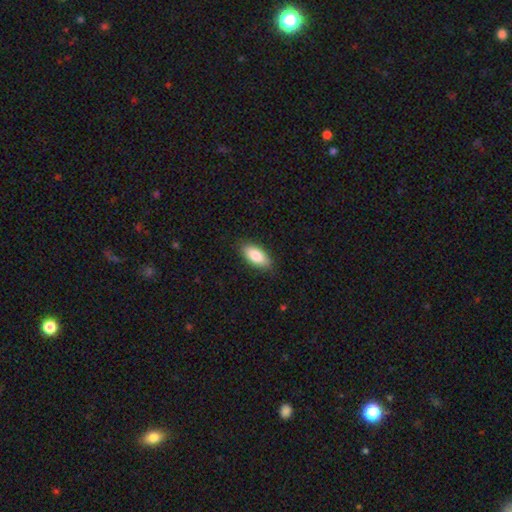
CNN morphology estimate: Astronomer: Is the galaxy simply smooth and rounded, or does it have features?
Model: smooth — 84%.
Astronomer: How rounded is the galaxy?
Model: in between — 88%.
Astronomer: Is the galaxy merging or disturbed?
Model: none — 86%.